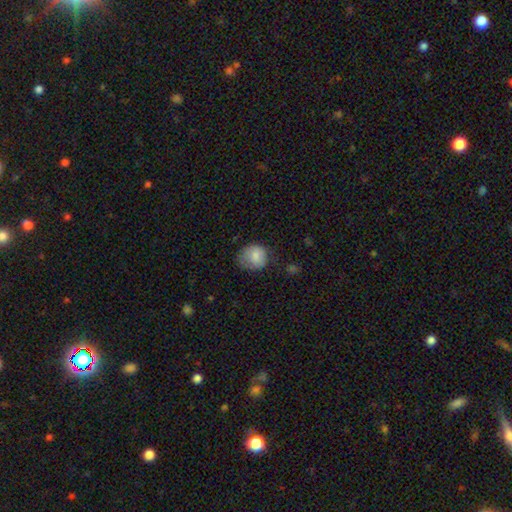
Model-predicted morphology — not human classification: A smooth galaxy with no disk features (81%) that is round (74%). Merging: none (53%).